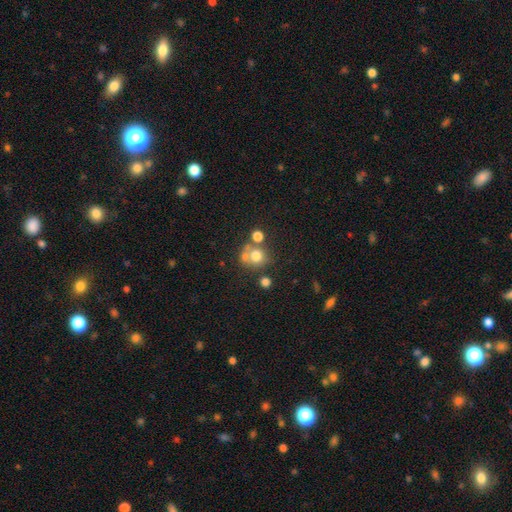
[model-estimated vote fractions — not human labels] smooth 68%, featured or disk 17%, star or artifact 15%. Down the decision tree: how rounded — round (81%); merging — none (47%).